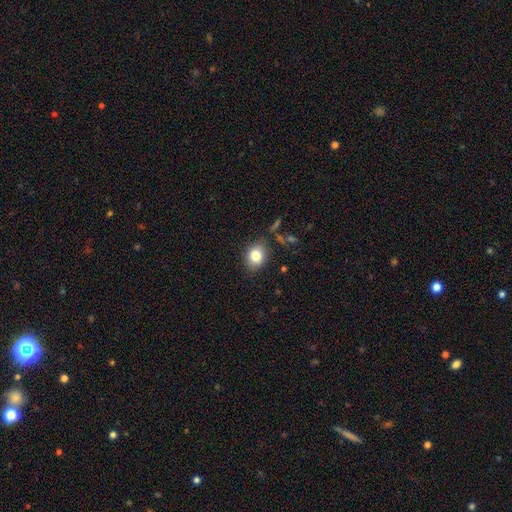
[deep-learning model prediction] smooth_or_featured: smooth (p=0.81) [alt: featured or disk p=0.10]
how_rounded: in between (p=0.58) [alt: round p=0.41]
merging: none (p=0.82) [alt: minor disturbance p=0.13]